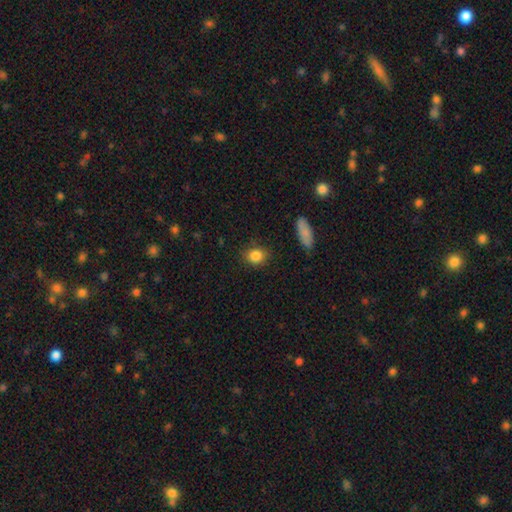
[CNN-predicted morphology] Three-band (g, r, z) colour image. It shows a smooth galaxy with no disk features (86%) that is round (63%). Merging: none (83%).